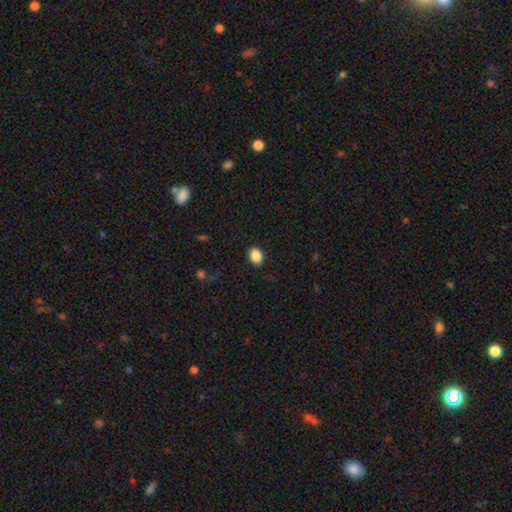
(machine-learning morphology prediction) smooth 88%, star or artifact 8%, featured or disk 3%. Down the decision tree: how rounded — in between (73%); merging — none (89%).